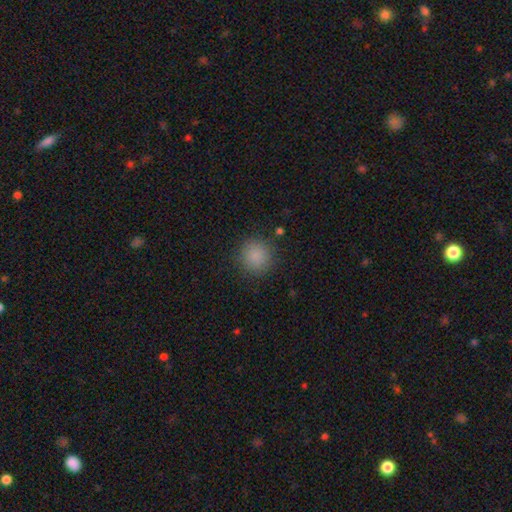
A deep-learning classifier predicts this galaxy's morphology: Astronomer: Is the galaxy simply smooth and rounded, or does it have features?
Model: smooth — 86%.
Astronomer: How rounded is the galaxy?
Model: round — 93%.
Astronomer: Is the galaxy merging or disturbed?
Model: none — 88%.